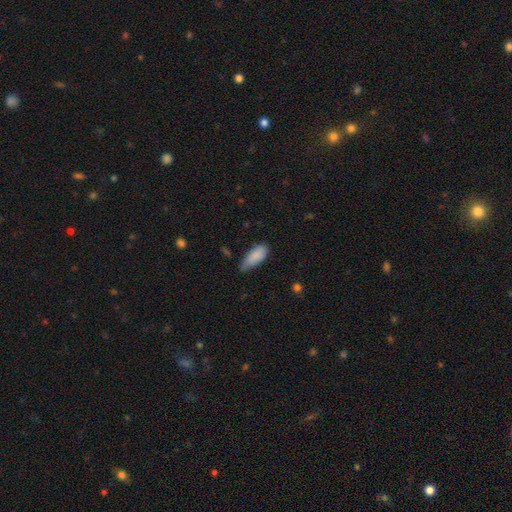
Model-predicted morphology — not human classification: Q: Smooth or featured?
A: smooth (86%); runner-up: featured or disk (8%)
Q: How rounded?
A: in between (81%); runner-up: cigar-shaped (17%)
Q: Merging?
A: none (54%); runner-up: minor disturbance (38%)